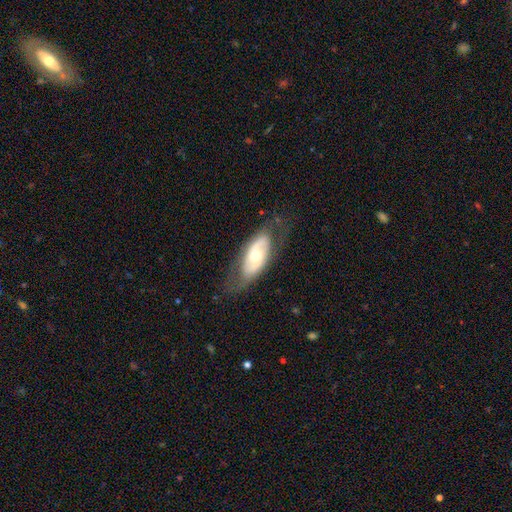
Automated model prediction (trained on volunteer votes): A featured or disk galaxy (60%) with no bar (75%), no spiral arms (51%) and a moderate central bulge (63%).

Vote fractions:
- Smooth or featured? featured or disk: 60% / smooth: 34% / star or artifact: 6%
- Edge-on disk? no: 86% / yes: 14%
- Bar? no: 75% / weak: 18% / strong: 8%
- Spiral arms? no: 51% / yes: 49%
- Bulge size? moderate: 63% / small: 29% / large: 6% / dominant: 1% / none: 1%
- Merging? none: 68% / minor disturbance: 19% / major disturbance: 11% / merger: 1%